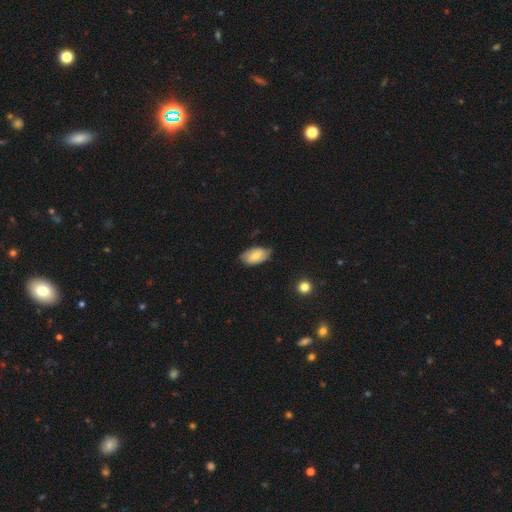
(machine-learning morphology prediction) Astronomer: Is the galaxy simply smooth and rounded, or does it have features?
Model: smooth — 69%.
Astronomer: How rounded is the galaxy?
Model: in between — 93%.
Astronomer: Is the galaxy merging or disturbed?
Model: none — 70%.